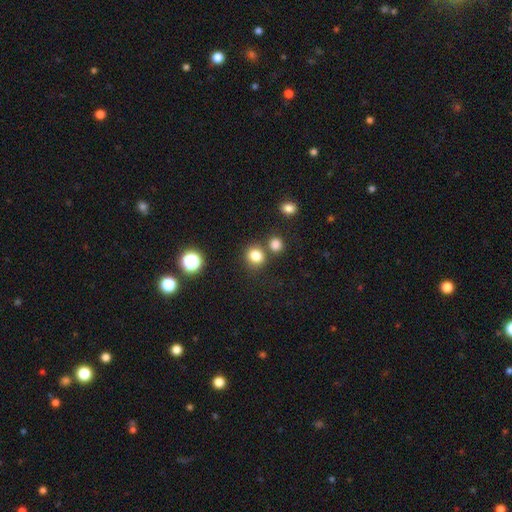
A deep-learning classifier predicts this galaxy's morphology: Smooth or featured?
  - smooth: 81% *
  - star or artifact: 14%
  - featured or disk: 6%
How rounded?
  - round: 77% *
  - in between: 22%
  - cigar-shaped: 1%
Merging?
  - none: 71% *
  - merger: 17%
  - minor disturbance: 9%
  - major disturbance: 3%